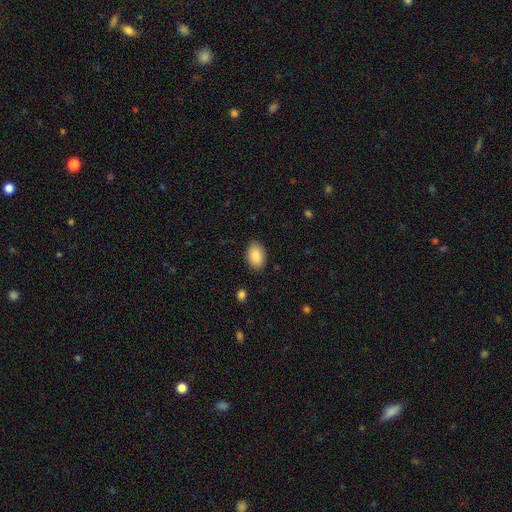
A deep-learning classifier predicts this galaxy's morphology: smooth 90%, star or artifact 7%, featured or disk 4%. Down the decision tree: how rounded — in between (91%); merging — none (87%).